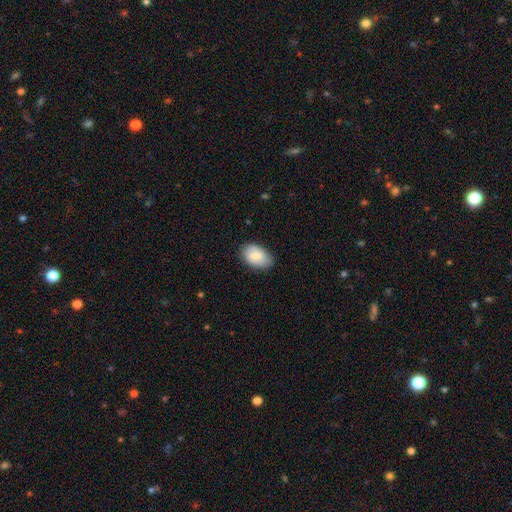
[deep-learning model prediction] A smooth galaxy with no disk features (76%) that is in between round and cigar-shaped (91%). Merging: none (79%).